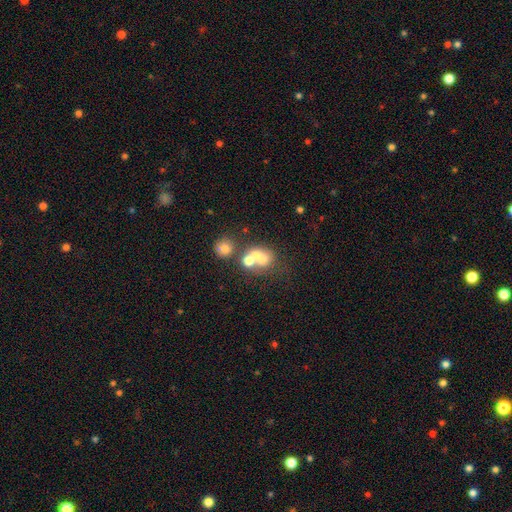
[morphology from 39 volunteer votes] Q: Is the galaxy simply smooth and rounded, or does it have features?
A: smooth — 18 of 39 (46%).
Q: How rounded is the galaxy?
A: round — 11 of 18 (61%).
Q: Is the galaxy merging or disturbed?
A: merger — 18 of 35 (51%).